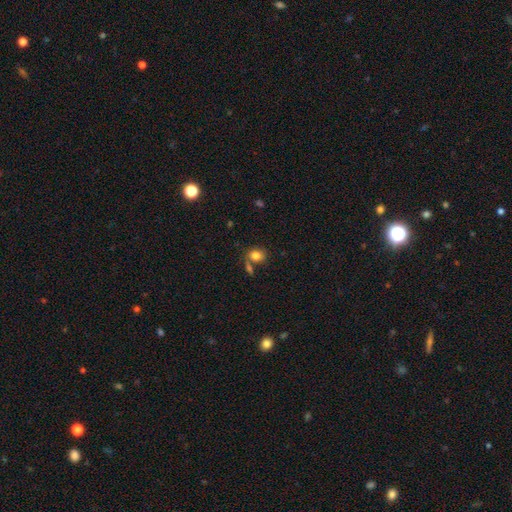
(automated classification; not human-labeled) Overall: smooth (81%). How rounded: round (51%; in between 47%). Merging: none (60%; merger 22%).